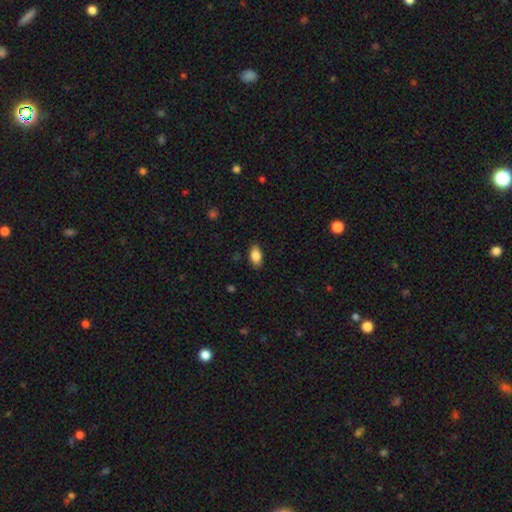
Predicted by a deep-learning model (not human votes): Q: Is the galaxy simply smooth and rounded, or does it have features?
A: smooth — 85%.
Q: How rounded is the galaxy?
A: in between — 91%.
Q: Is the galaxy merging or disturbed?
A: none — 85%.